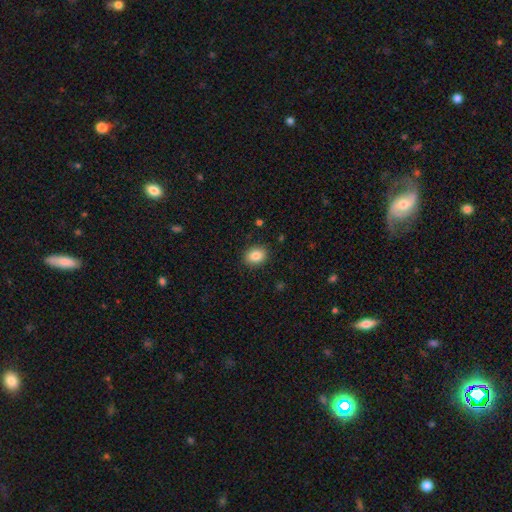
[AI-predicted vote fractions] A smooth galaxy with no disk features (85%) that is in between round and cigar-shaped (60%). Merging: none (89%).